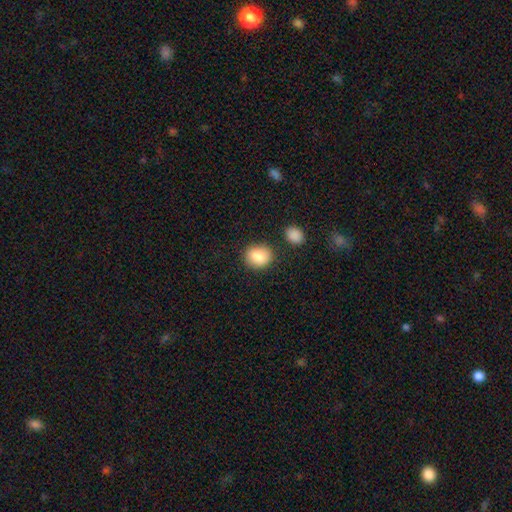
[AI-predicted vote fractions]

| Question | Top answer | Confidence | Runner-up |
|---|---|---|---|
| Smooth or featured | smooth | 88% | star or artifact (8%) |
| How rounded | round | 61% | in between (38%) |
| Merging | none | 78% | minor disturbance (13%) |